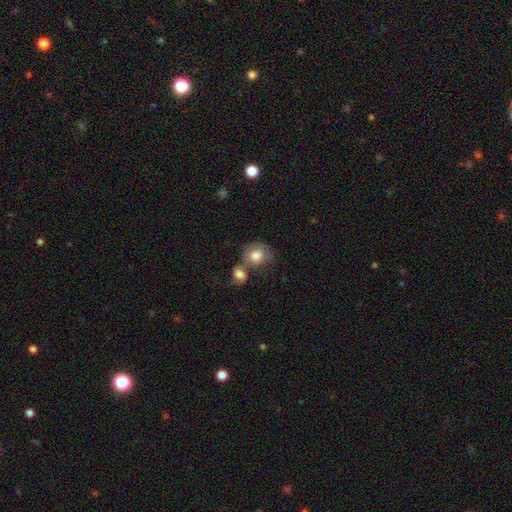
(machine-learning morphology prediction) Smooth or featured?
  - smooth: 77% *
  - featured or disk: 16%
  - star or artifact: 7%
How rounded?
  - round: 71% *
  - in between: 28%
  - cigar-shaped: 1%
Merging?
  - merger: 47% *
  - none: 31%
  - minor disturbance: 14%
  - major disturbance: 8%